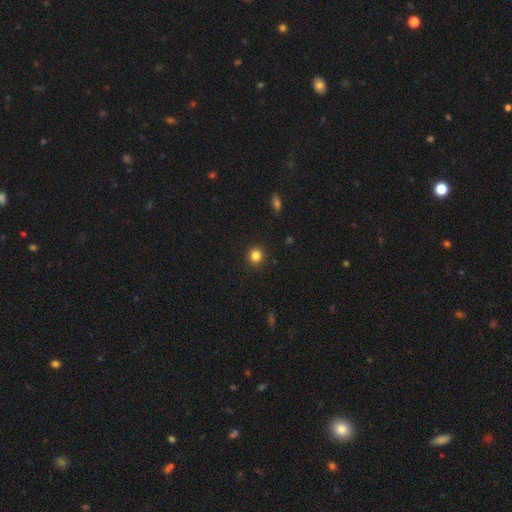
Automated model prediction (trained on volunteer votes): Smooth or featured? smooth (84%)
How rounded? round (90%)
Merging? none (91%)